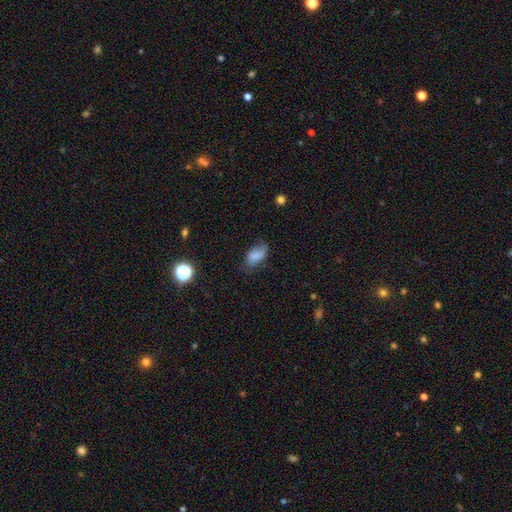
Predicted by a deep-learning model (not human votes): A smooth galaxy with no disk features (75%) that is in between round and cigar-shaped (91%). Merging: none (54%).